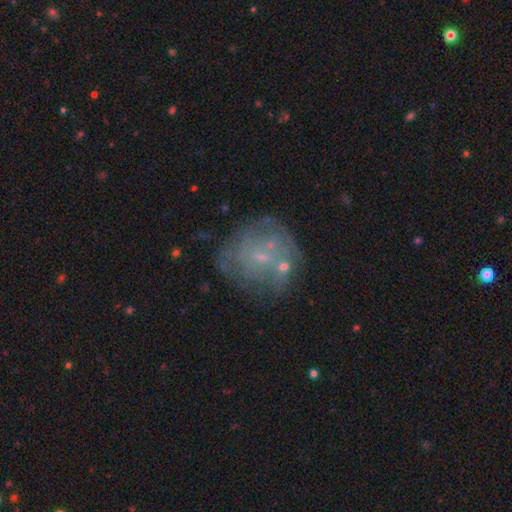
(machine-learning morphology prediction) A featured or disk galaxy (61%) with no bar (60%), no spiral arms (51%) and a small central bulge (65%).

Vote fractions:
- Smooth or featured? featured or disk: 61% / smooth: 28% / star or artifact: 11%
- Edge-on disk? no: 97% / yes: 3%
- Bar? no: 60% / weak: 33% / strong: 6%
- Spiral arms? no: 51% / yes: 49%
- Bulge size? small: 65% / none: 17% / moderate: 15% / large: 1% / dominant: 1%
- Merging? none: 55% / minor disturbance: 20% / major disturbance: 15% / merger: 11%